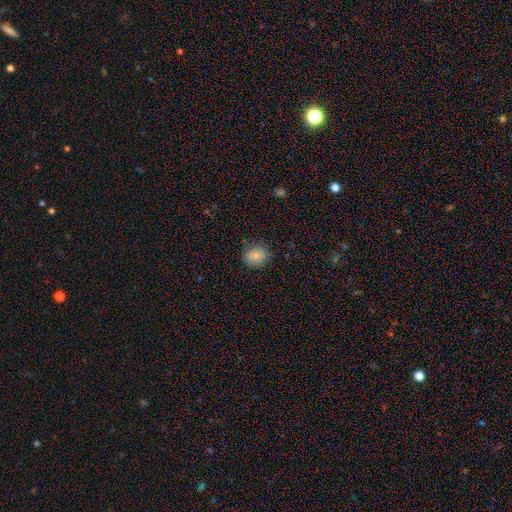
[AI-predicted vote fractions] smooth_or_featured: smooth (p=0.80) [alt: featured or disk p=0.11]
how_rounded: round (p=0.68) [alt: in between p=0.31]
merging: none (p=0.79) [alt: minor disturbance p=0.16]